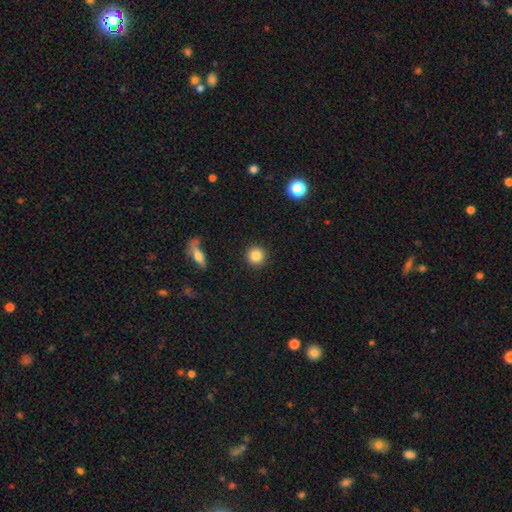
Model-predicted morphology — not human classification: smooth 85%, star or artifact 9%, featured or disk 6%. Down the decision tree: how rounded — round (93%); merging — none (91%).